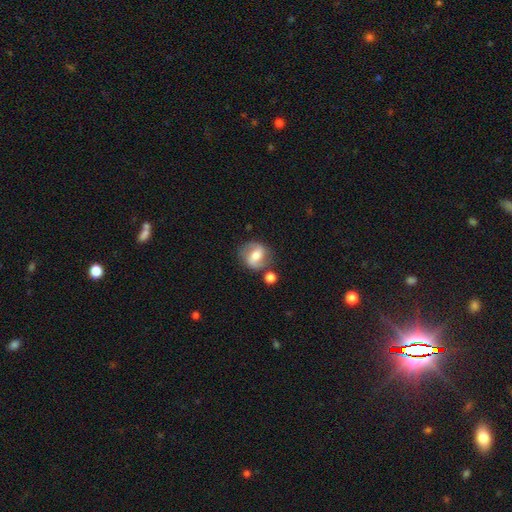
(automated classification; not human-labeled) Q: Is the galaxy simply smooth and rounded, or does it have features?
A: featured or disk — 59%.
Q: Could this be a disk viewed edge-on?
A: no — 95%.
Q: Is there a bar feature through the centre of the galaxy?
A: strong — 41%.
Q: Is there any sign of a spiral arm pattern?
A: yes — 78%.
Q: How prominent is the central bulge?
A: moderate — 62%.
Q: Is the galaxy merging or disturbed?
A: none — 72%.